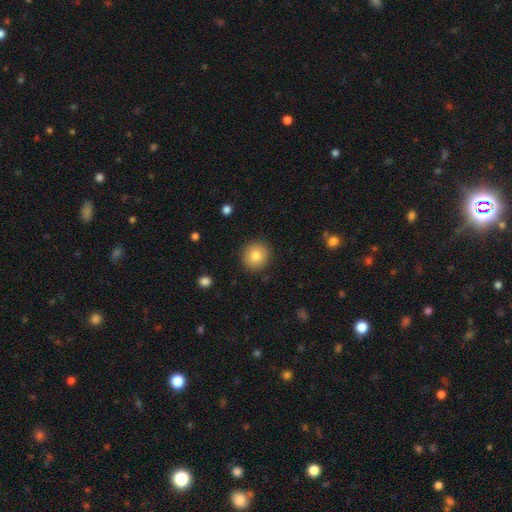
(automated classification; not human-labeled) Smooth or featured? Predicted: smooth (p=0.81). How rounded? Predicted: round (p=0.91). Merging? Predicted: none (p=0.90).